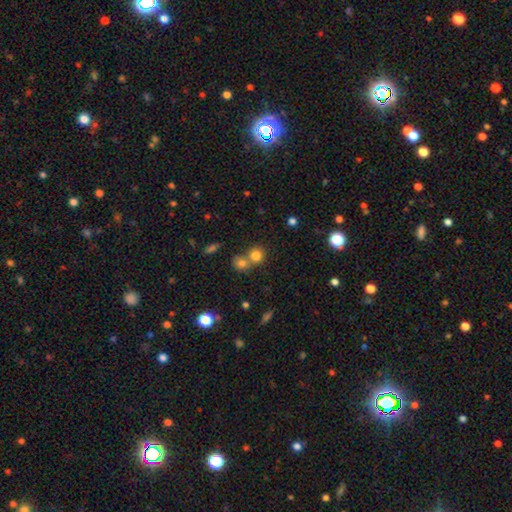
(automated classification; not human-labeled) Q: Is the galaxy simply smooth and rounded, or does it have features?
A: smooth — 77%.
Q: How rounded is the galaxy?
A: round — 85%.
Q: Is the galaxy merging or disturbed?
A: none — 47%.